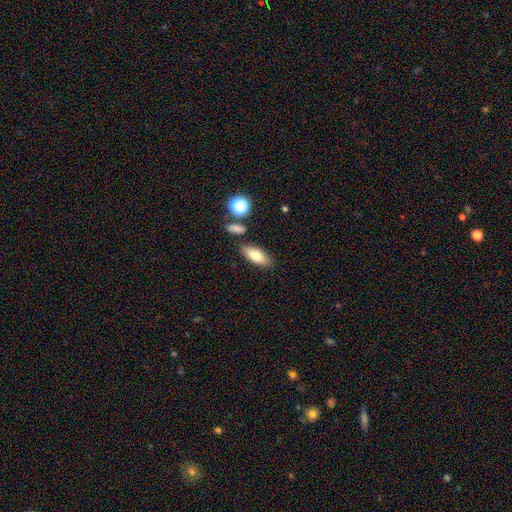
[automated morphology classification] Smooth or featured? smooth (76%)
How rounded? in between (78%)
Merging? none (81%)